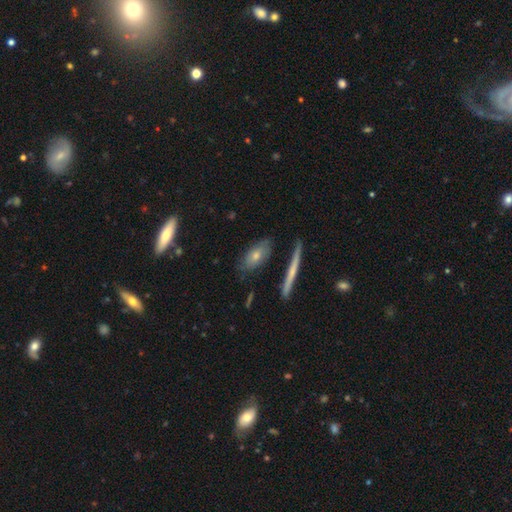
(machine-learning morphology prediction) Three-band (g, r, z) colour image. It shows a smooth galaxy with no disk features (65%) that is in between round and cigar-shaped (75%). Merging: none (73%).